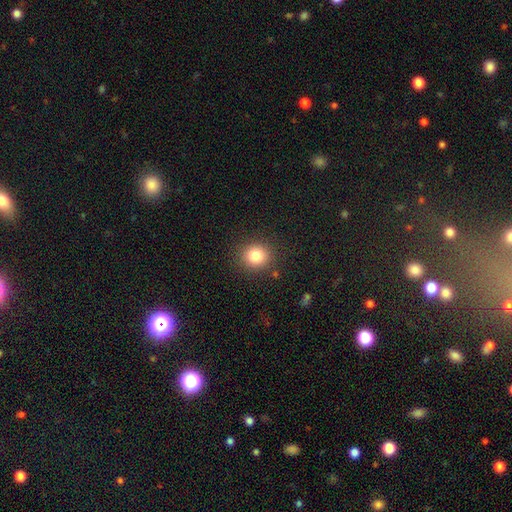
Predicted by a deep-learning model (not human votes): A smooth galaxy with no disk features (82%) that is round (86%). Merging: none (88%).